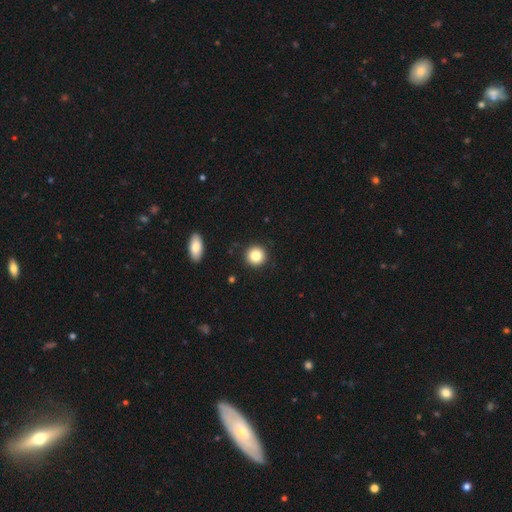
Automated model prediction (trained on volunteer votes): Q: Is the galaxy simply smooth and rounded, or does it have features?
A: smooth — 84%.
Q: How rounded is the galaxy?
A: round — 92%.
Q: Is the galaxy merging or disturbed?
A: none — 91%.